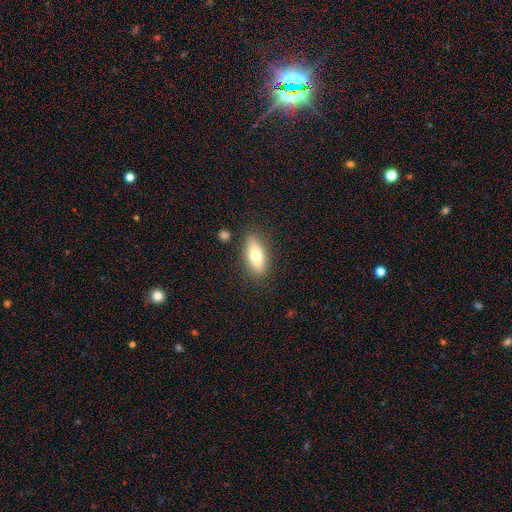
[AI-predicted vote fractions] Smooth or featured: smooth — 71% (featured or disk — 22%)
How rounded: in between — 74% (cigar-shaped — 22%)
Merging: none — 84% (minor disturbance — 10%)